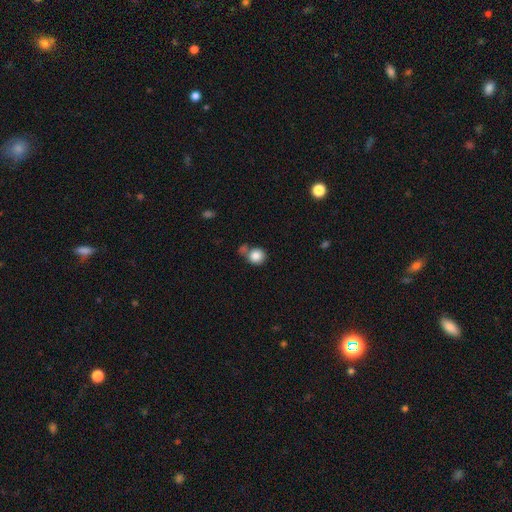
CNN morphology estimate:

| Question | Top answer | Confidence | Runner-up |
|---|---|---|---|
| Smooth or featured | smooth | 85% | star or artifact (9%) |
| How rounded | round | 86% | in between (13%) |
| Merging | none | 54% | merger (25%) |